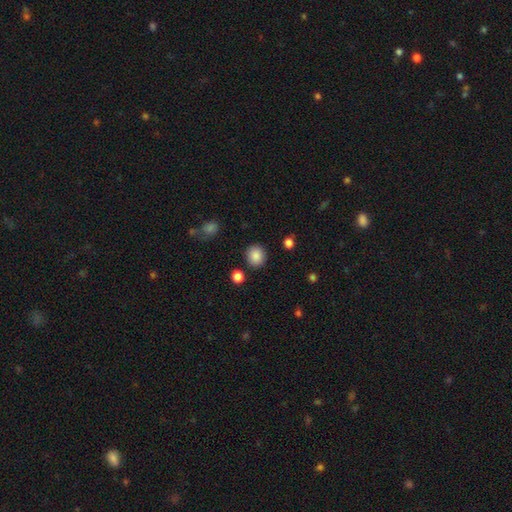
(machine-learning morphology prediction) The model was most divided on "how rounded": round: 81%, in between: 18%, cigar-shaped: 1%. More confident: merging — none (87%); smooth or featured — smooth (87%).